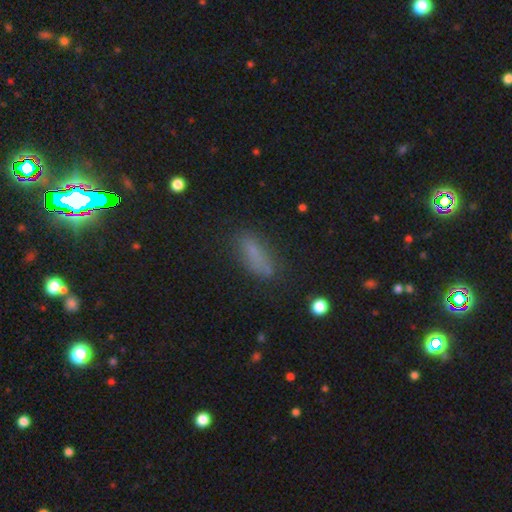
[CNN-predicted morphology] Q: Smooth or featured?
A: smooth (73%); runner-up: star or artifact (15%)
Q: How rounded?
A: in between (53%); runner-up: cigar-shaped (44%)
Q: Merging?
A: none (74%); runner-up: minor disturbance (17%)